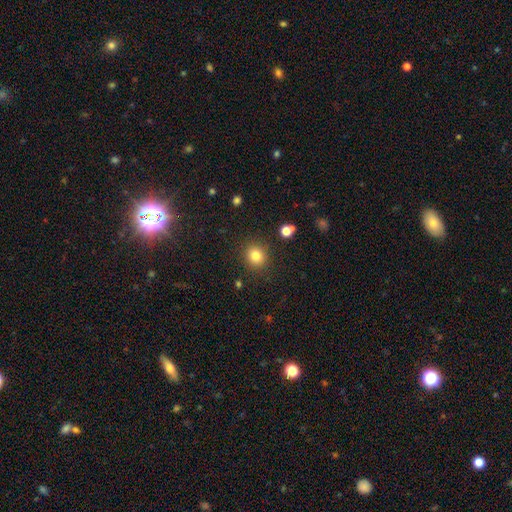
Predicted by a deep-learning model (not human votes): Q: Smooth or featured?
A: smooth (82%); runner-up: star or artifact (12%)
Q: How rounded?
A: round (85%); runner-up: in between (14%)
Q: Merging?
A: none (89%); runner-up: minor disturbance (7%)